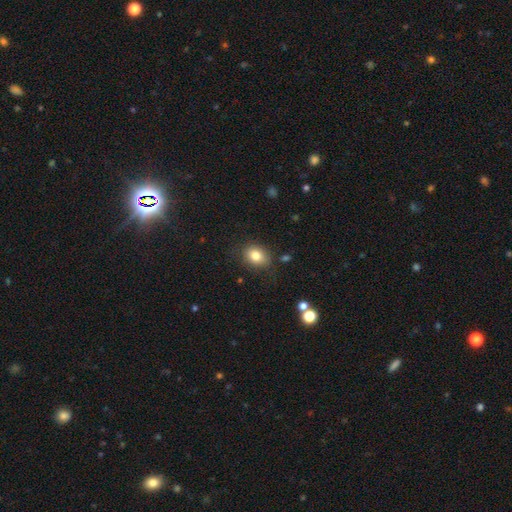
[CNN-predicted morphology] This is clearly a smooth galaxy (82%). How rounded: possibly in between (59%). Merging: clearly none (80%).